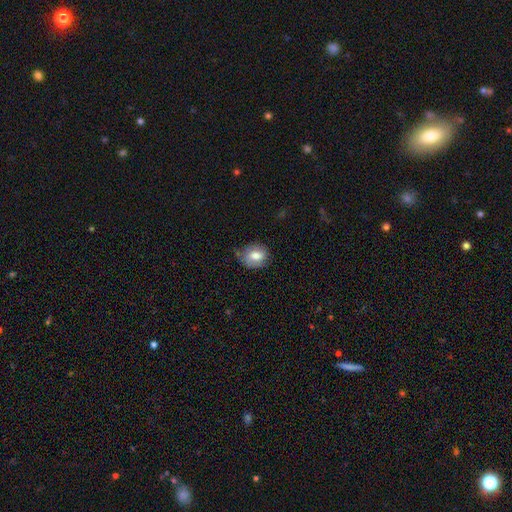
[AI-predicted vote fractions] smooth_or_featured: smooth (p=0.70) [alt: featured or disk p=0.22]
how_rounded: in between (p=0.54) [alt: round p=0.45]
merging: none (p=0.56) [alt: minor disturbance p=0.33]